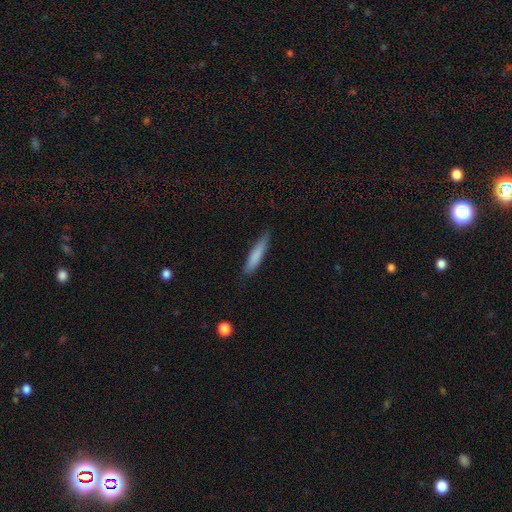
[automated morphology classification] A smooth galaxy with no disk features (80%) that is cigar-shaped (87%). Merging: none (82%).